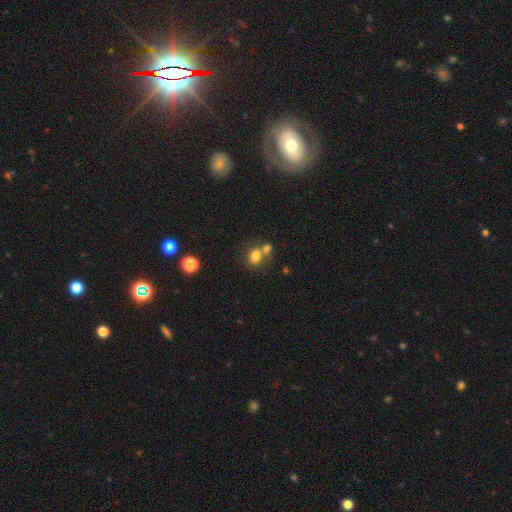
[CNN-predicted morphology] Smooth or featured? smooth (76%)
How rounded? round (58%)
Merging? merger (43%)